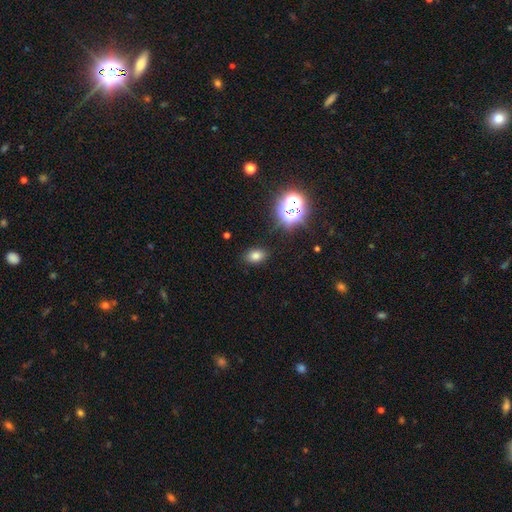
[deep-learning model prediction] Smooth or featured? smooth (73%)
How rounded? in between (75%)
Merging? none (86%)